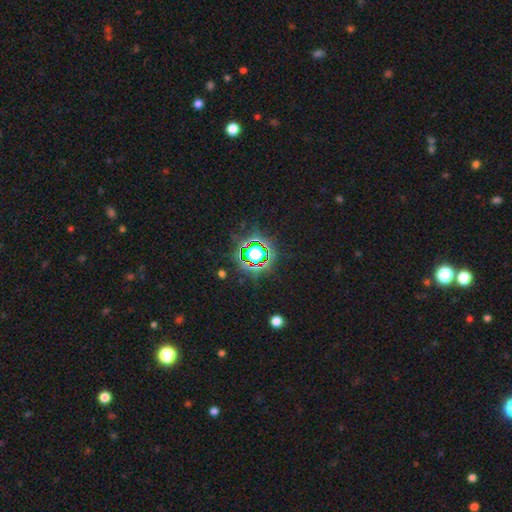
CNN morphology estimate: Smooth or featured? Predicted: star or artifact (p=0.82).